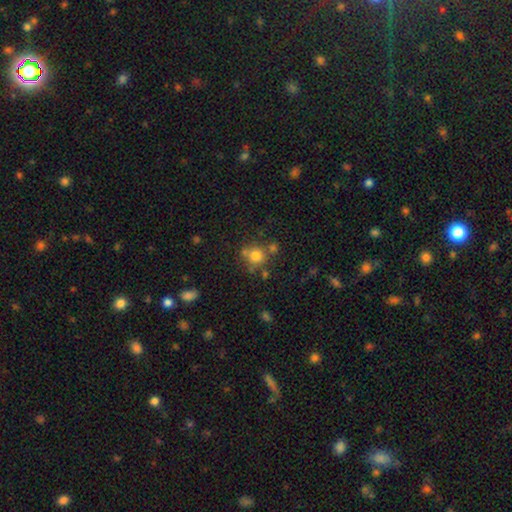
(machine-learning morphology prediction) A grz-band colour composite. It shows a smooth galaxy with no disk features (74%) that is round (87%). Merging: none (62%).